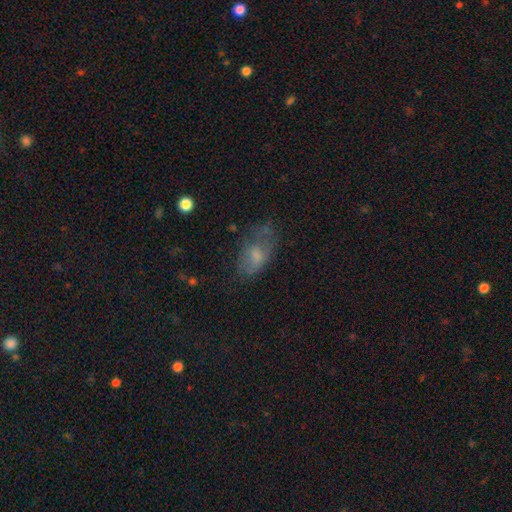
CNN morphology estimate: Smooth or featured? smooth (63%)
How rounded? in between (89%)
Merging? none (46%)